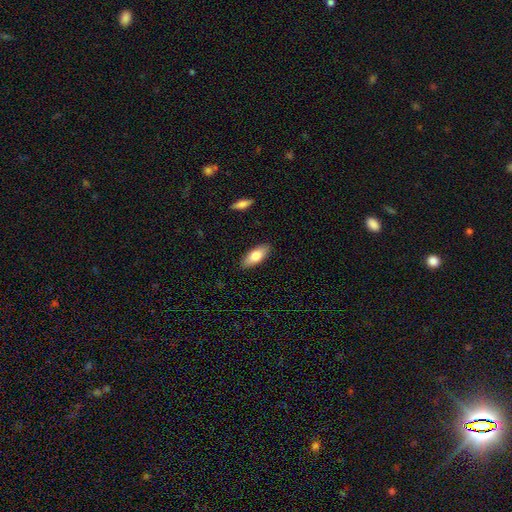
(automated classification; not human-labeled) smooth 76%, featured or disk 18%, star or artifact 6%. Down the decision tree: how rounded — in between (76%); merging — none (89%).